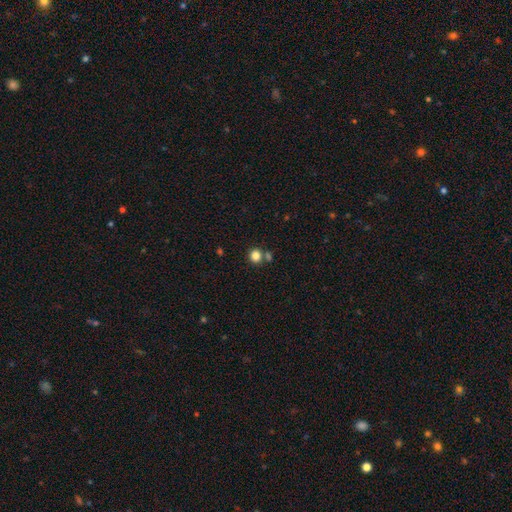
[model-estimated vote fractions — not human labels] This appears to be a smooth galaxy with no disk features (83%) that is round (83%). Merging: none (69%).